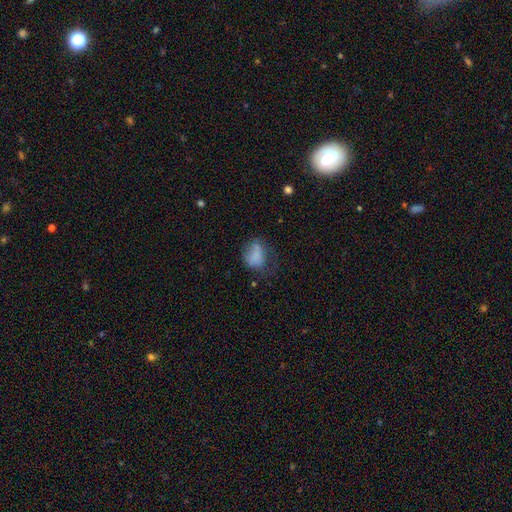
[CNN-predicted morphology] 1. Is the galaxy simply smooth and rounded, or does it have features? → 74% smooth, 16% featured or disk, 10% star or artifact.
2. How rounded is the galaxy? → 61% in between, 37% round, 1% cigar-shaped.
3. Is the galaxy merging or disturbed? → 39% none, 31% minor disturbance, 27% major disturbance, 3% merger.